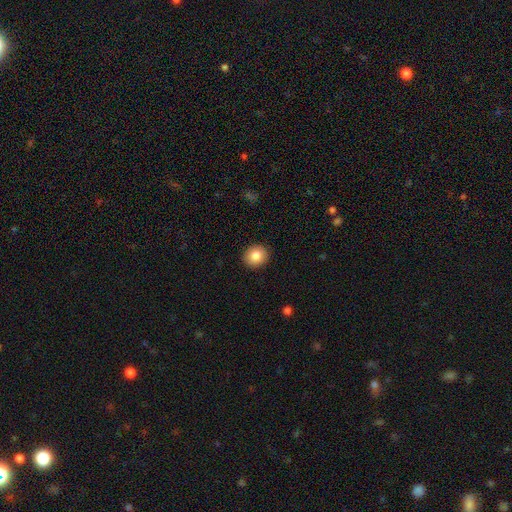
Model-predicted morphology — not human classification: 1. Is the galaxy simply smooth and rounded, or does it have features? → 86% smooth, 8% star or artifact, 6% featured or disk.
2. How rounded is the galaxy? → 79% round, 20% in between, 1% cigar-shaped.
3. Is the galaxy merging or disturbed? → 92% none, 6% minor disturbance, 2% major disturbance, 1% merger.